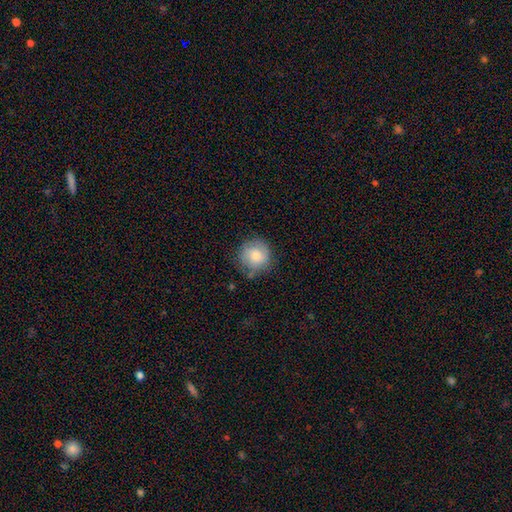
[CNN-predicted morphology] Smooth or featured?
  - smooth: 78% *
  - featured or disk: 15%
  - star or artifact: 7%
How rounded?
  - round: 93% *
  - in between: 6%
  - cigar-shaped: 1%
Merging?
  - none: 77% *
  - minor disturbance: 16%
  - major disturbance: 4%
  - merger: 2%